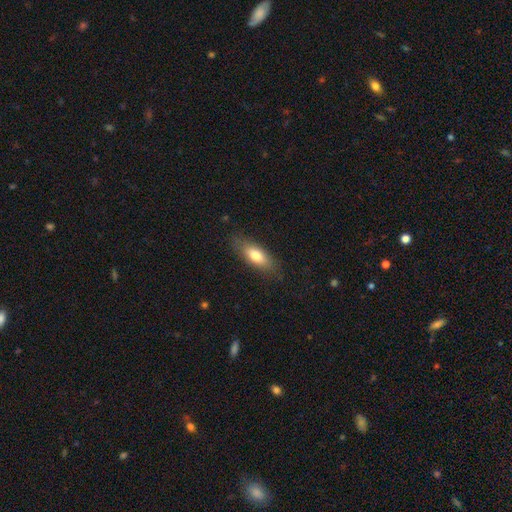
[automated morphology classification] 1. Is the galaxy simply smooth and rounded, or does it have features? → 74% smooth, 19% featured or disk, 7% star or artifact.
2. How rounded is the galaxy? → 73% in between, 24% cigar-shaped, 3% round.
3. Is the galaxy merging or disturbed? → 80% none, 15% minor disturbance, 4% major disturbance, 1% merger.